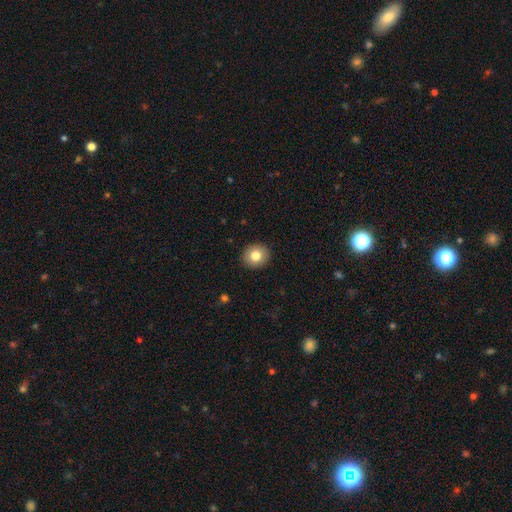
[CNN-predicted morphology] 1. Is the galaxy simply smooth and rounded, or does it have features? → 80% smooth, 10% featured or disk, 9% star or artifact.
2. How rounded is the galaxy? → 81% round, 18% in between, 1% cigar-shaped.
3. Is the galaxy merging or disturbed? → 91% none, 6% minor disturbance, 2% major disturbance, 1% merger.